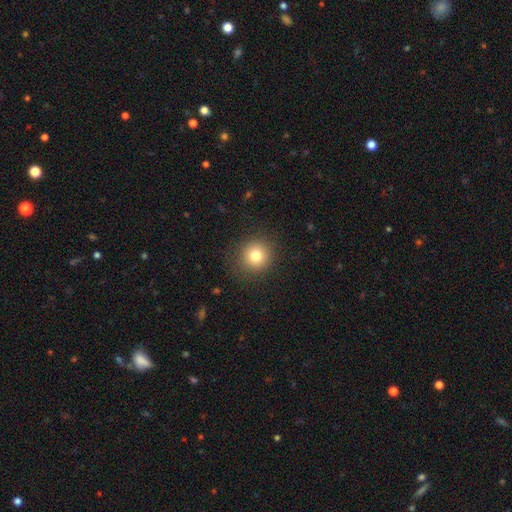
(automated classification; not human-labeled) This appears to be a smooth galaxy with no disk features (79%) that is round (92%). Merging: none (89%).